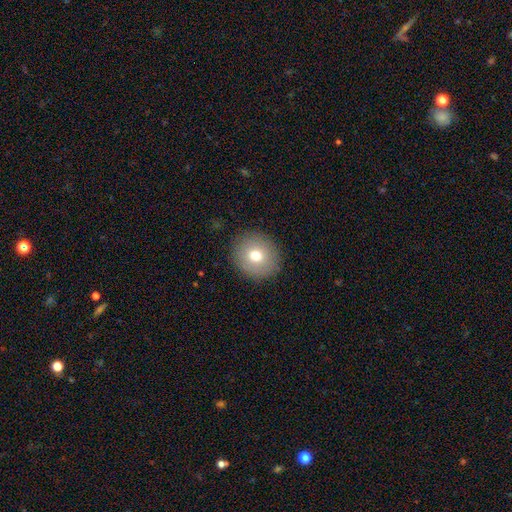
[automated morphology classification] type=smooth (72%); roundness=round (88%); merging=none (89%).